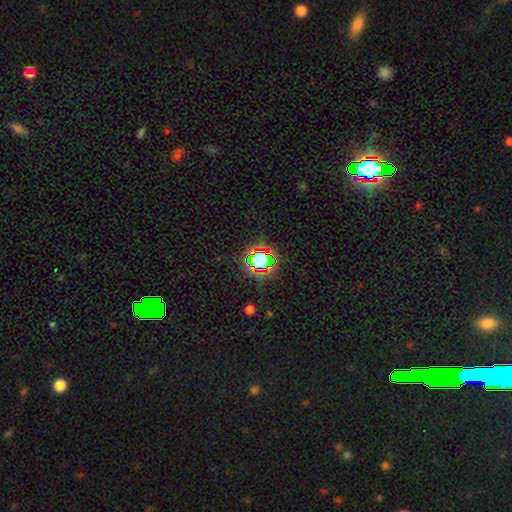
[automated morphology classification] This is likely a star or artifact rather than a galaxy (68%).